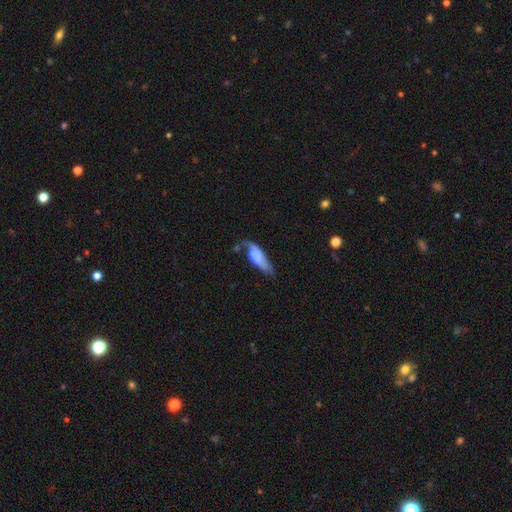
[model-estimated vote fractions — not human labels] smooth-or-featured: featured or disk: 48% | smooth: 45% | star or artifact: 7%
  merging: none: 33% | major disturbance: 27% | minor disturbance: 26% | merger: 14%